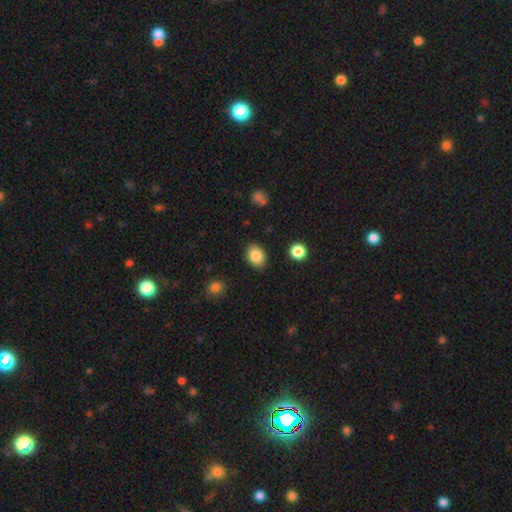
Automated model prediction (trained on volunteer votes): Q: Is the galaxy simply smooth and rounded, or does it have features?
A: smooth — 86%.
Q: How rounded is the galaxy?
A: in between — 66%.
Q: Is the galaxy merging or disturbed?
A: none — 87%.